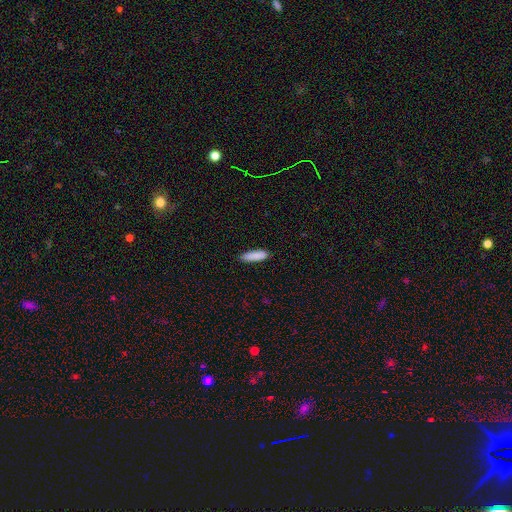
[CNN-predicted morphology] smooth-or-featured: smooth: 87% | featured or disk: 7% | star or artifact: 6%
  how-rounded: cigar-shaped: 63% | in between: 35% | round: 1%
  merging: none: 85% | minor disturbance: 12% | major disturbance: 2% | merger: 1%